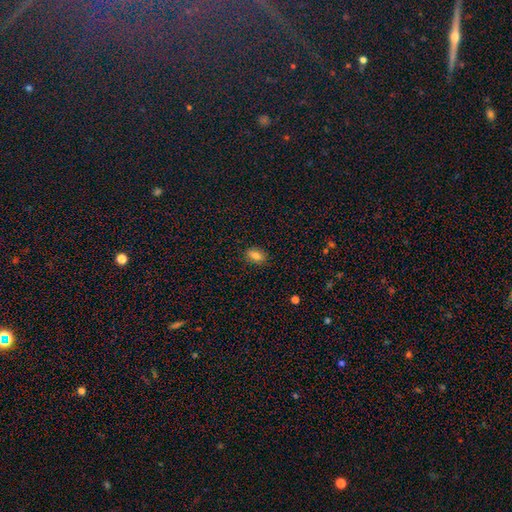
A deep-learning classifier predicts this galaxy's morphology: Smooth or featured? Predicted: smooth (p=0.78). How rounded? Predicted: in between (p=0.80). Merging? Predicted: none (p=0.85).